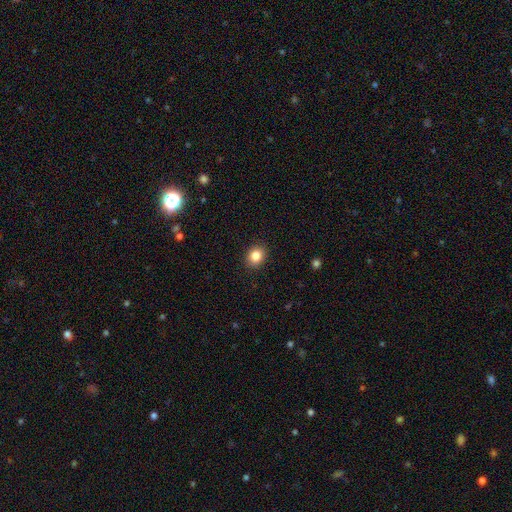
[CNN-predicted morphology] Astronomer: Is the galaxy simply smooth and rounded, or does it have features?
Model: smooth — 85%.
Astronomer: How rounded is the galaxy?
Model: round — 59% (runner-up: in between, 40%).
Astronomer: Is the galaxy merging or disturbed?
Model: none — 90%.